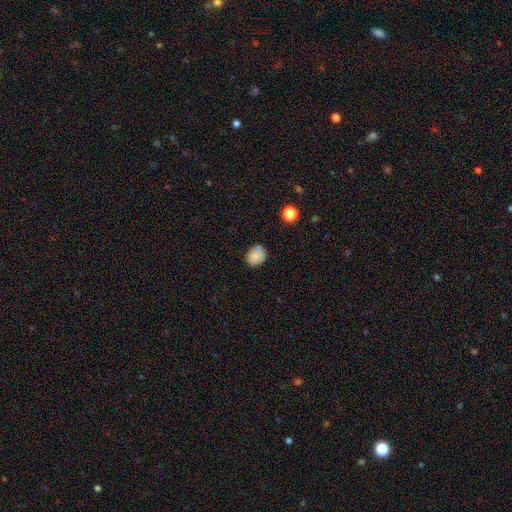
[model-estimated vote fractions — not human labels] A smooth galaxy with no disk features (83%) that is round (64%).

Vote fractions:
- Smooth or featured? smooth: 83% / star or artifact: 9% / featured or disk: 8%
- How rounded? round: 64% / in between: 35% / cigar-shaped: 1%
- Merging? none: 68% / minor disturbance: 20% / merger: 8% / major disturbance: 4%